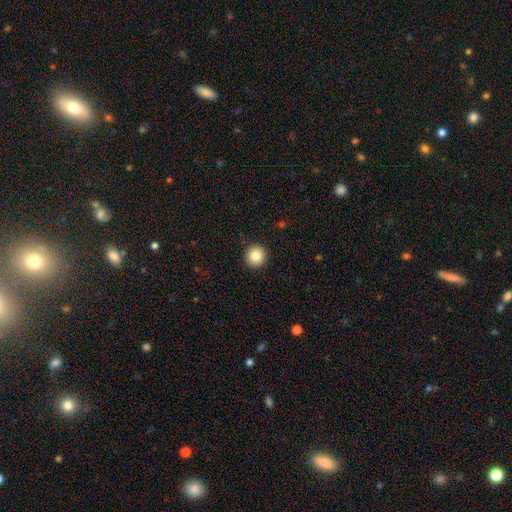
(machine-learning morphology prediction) smooth-or-featured: smooth: 84% | star or artifact: 9% | featured or disk: 7%
  how-rounded: round: 95% | in between: 4% | cigar-shaped: 1%
  merging: none: 93% | minor disturbance: 5% | major disturbance: 2% | merger: 1%